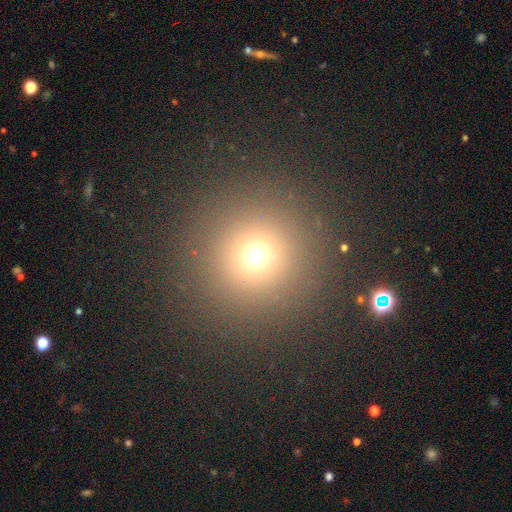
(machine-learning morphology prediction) smooth 67%, star or artifact 26%, featured or disk 7%. Down the decision tree: how rounded — round (95%); merging — none (88%).